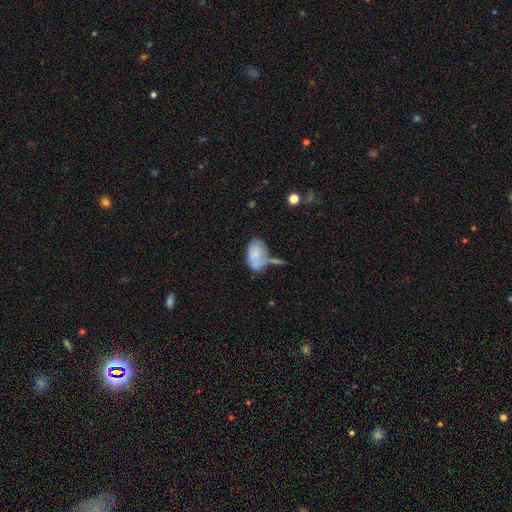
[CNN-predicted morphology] Overall: smooth (62%; featured or disk 30%). How rounded: in between (90%). Merging: merger (31%; none 30%).